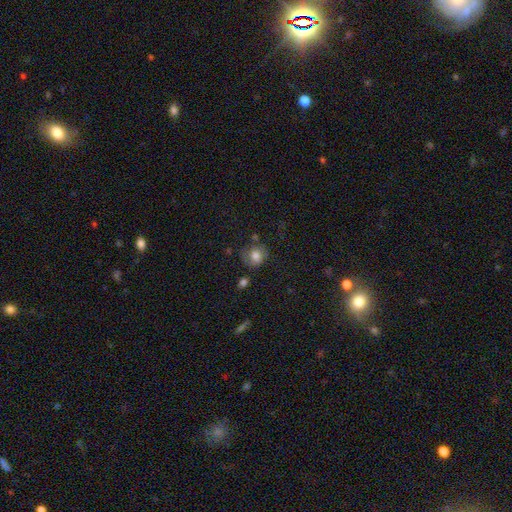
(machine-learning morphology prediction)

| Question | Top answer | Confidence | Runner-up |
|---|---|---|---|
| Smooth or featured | smooth | 79% | featured or disk (11%) |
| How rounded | round | 72% | in between (27%) |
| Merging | none | 62% | minor disturbance (23%) |